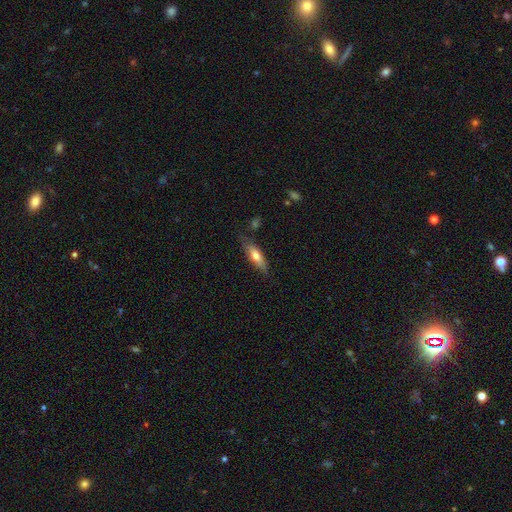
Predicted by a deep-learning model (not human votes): This is likely a smooth galaxy (62%). How rounded: possibly cigar-shaped (58%). Merging: likely none (74%).